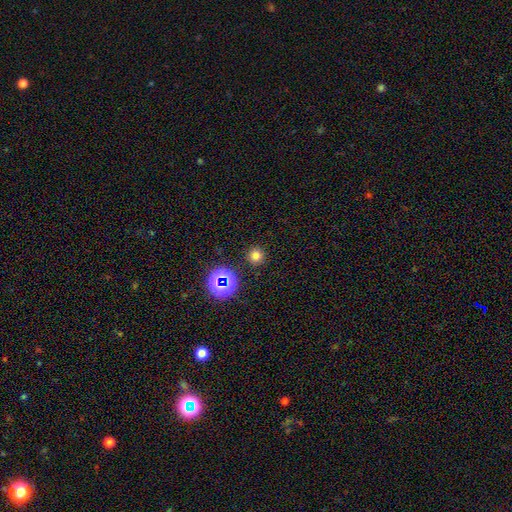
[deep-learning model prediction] The model was most divided on "smooth or featured": smooth: 72%, star or artifact: 22%, featured or disk: 5%. More confident: how rounded — round (94%); merging — none (90%).